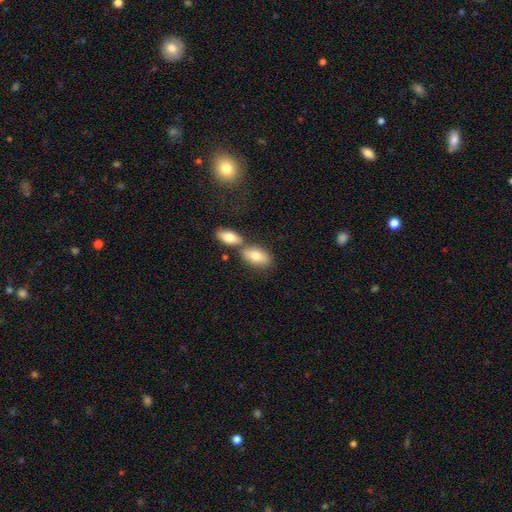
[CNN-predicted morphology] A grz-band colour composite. It shows a smooth galaxy with no disk features (78%) that is in between round and cigar-shaped (90%). Merging: none (50%).